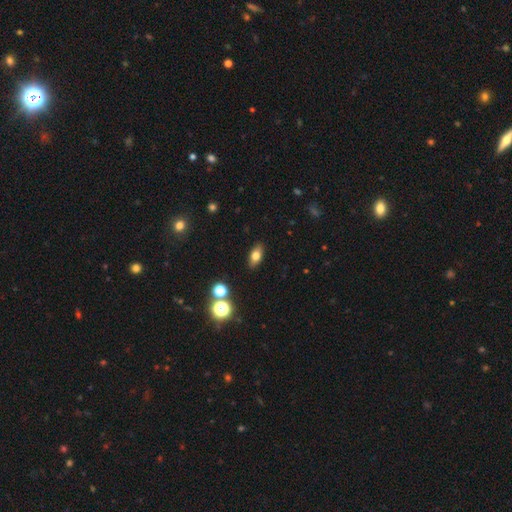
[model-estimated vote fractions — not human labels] Overall: smooth (73%). How rounded: in between (83%). Merging: none (88%).